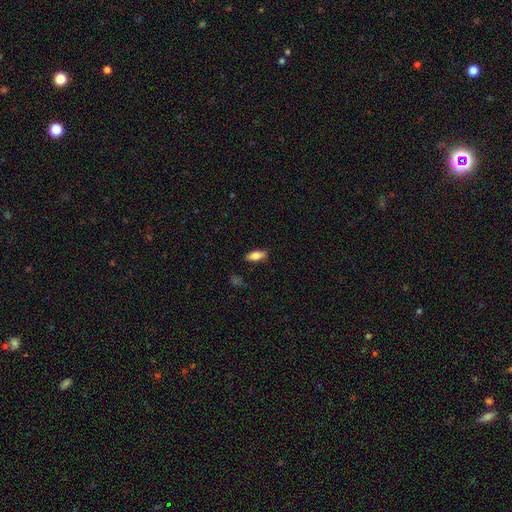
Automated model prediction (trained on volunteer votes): This is likely a smooth galaxy (74%). How rounded: likely in between (74%). Merging: clearly none (85%).